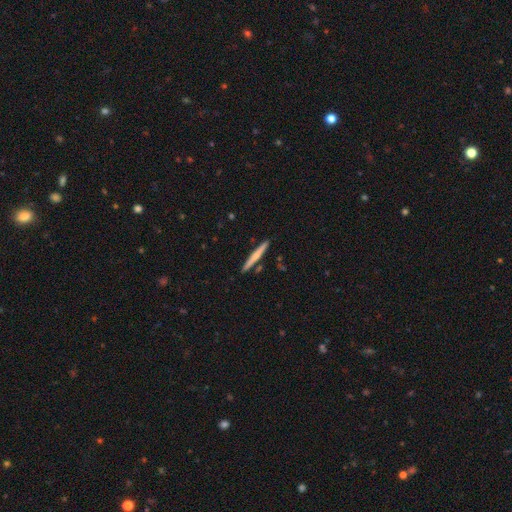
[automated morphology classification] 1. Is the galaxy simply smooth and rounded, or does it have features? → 51% smooth, 44% featured or disk, 5% star or artifact.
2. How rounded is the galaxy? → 96% cigar-shaped, 2% in between, 1% round.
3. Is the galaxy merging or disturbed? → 89% none, 7% minor disturbance, 3% merger, 1% major disturbance.